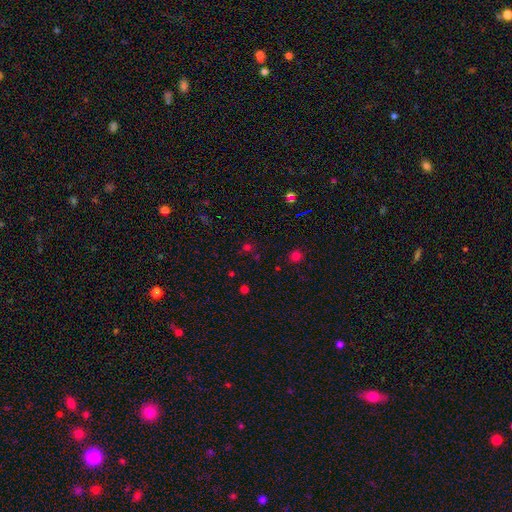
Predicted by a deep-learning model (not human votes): A star or artifact, not a galaxy (50%).

Vote fractions:
- Smooth or featured? star or artifact: 50% / smooth: 44% / featured or disk: 7%